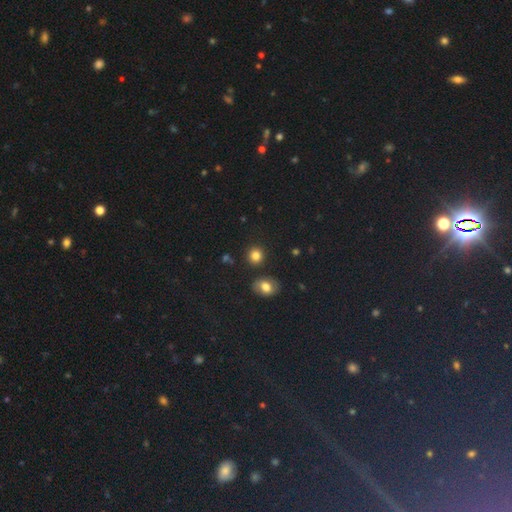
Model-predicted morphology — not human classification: The model was most divided on "smooth or featured": smooth: 82%, star or artifact: 12%, featured or disk: 6%. More confident: how rounded — round (87%); merging — none (86%).